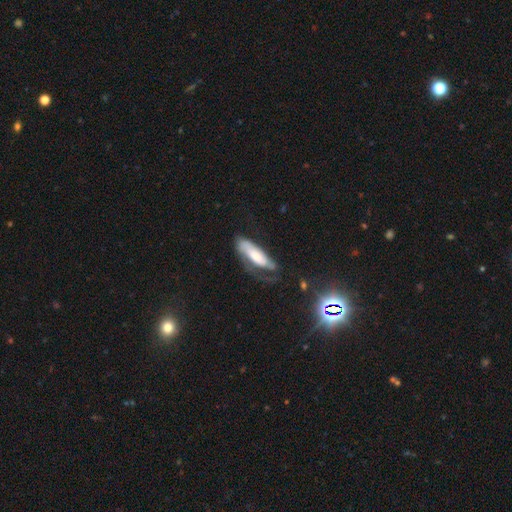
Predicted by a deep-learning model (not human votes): smooth 48%, featured or disk 45%, star or artifact 7%. Down the decision tree: merging — major disturbance (37%).